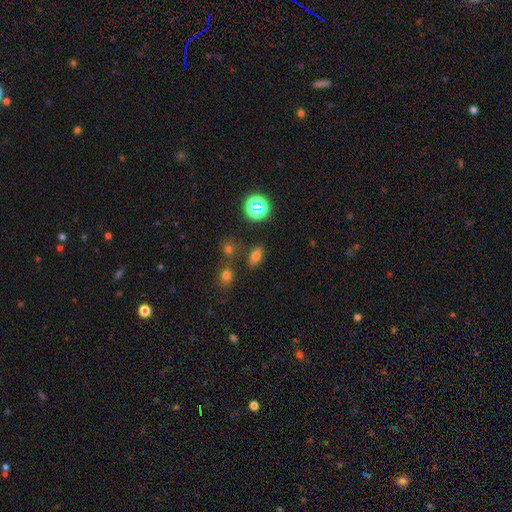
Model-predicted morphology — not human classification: smooth_or_featured: smooth (p=0.69) [alt: star or artifact p=0.22]
how_rounded: in between (p=0.84) [alt: round p=0.11]
merging: none (p=0.79) [alt: minor disturbance p=0.10]